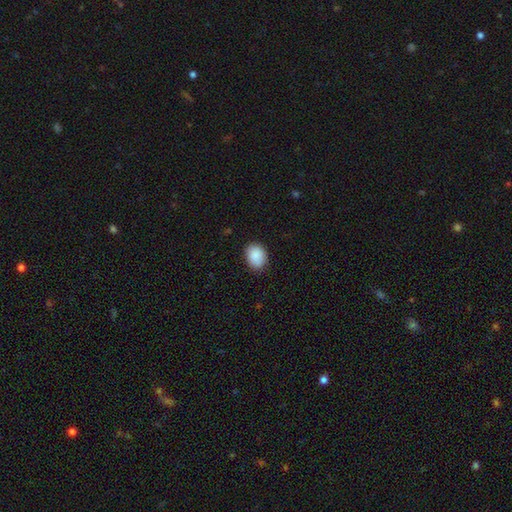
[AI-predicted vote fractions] A smooth galaxy with no disk features (89%) that is in between round and cigar-shaped (60%). Merging: none (83%).